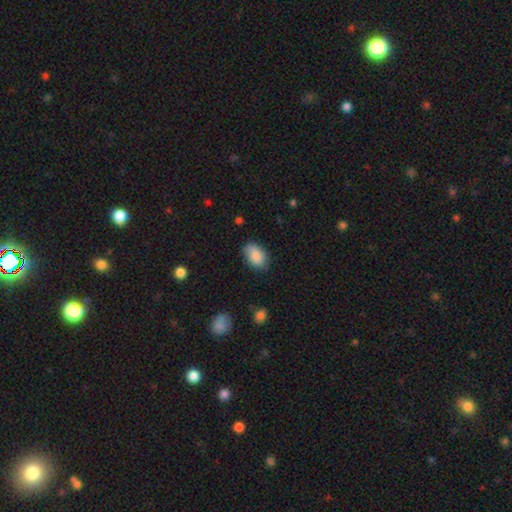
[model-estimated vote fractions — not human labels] Smooth or featured? smooth (86%)
How rounded? in between (89%)
Merging? none (71%)